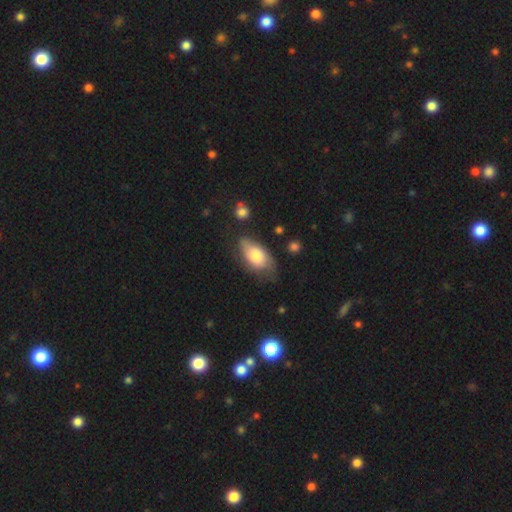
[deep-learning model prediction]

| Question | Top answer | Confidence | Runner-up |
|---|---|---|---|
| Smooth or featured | smooth | 64% | featured or disk (29%) |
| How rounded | in between | 91% | cigar-shaped (5%) |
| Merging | none | 50% | minor disturbance (33%) |